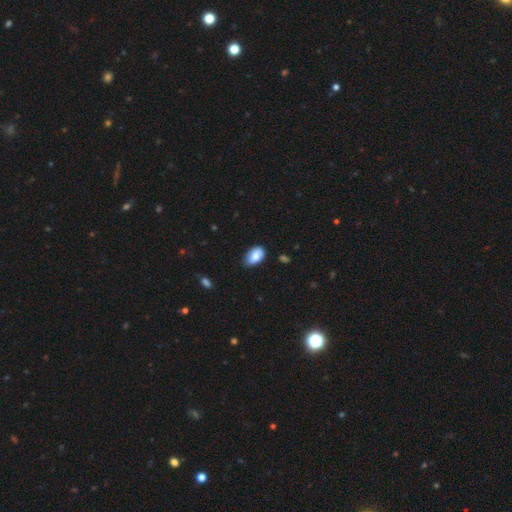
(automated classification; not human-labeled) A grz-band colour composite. It shows a smooth galaxy with no disk features (82%) that is in between round and cigar-shaped (93%). Merging: none (66%).